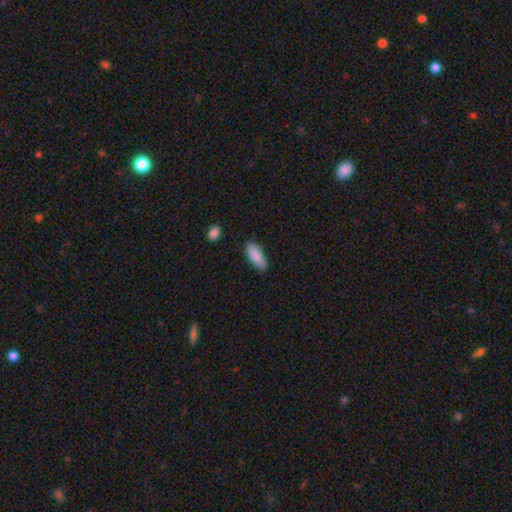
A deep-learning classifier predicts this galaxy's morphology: This appears to be a smooth galaxy with no disk features (89%) that is in between round and cigar-shaped (82%). Merging: none (81%).